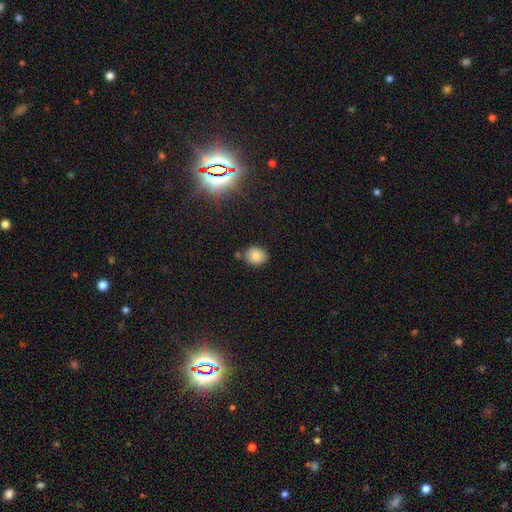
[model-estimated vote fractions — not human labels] Smooth or featured?
  - smooth: 82% *
  - star or artifact: 12%
  - featured or disk: 6%
How rounded?
  - round: 60% *
  - in between: 38%
  - cigar-shaped: 1%
Merging?
  - none: 77% *
  - minor disturbance: 13%
  - merger: 7%
  - major disturbance: 3%